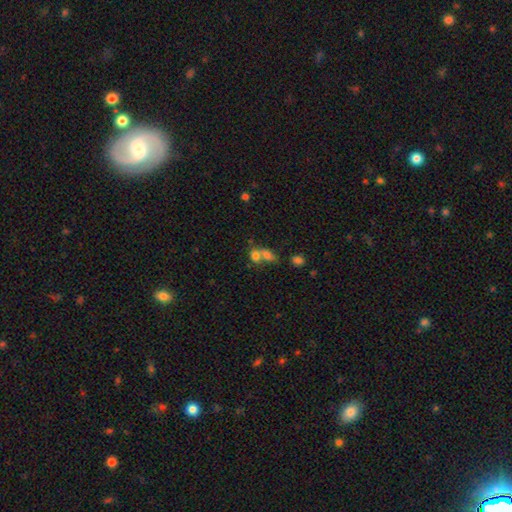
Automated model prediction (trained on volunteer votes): Smooth or featured?
  - smooth: 73% *
  - featured or disk: 14%
  - star or artifact: 13%
How rounded?
  - in between: 53% *
  - round: 44%
  - cigar-shaped: 3%
Merging?
  - merger: 64% *
  - none: 25%
  - minor disturbance: 7%
  - major disturbance: 5%